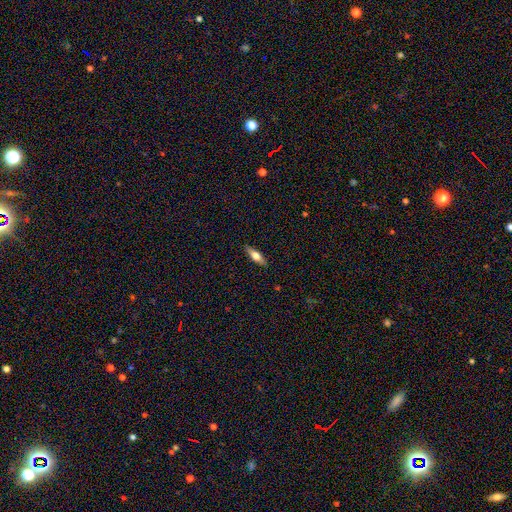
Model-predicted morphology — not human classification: Smooth or featured? smooth (55%)
How rounded? cigar-shaped (52%)
Merging? none (88%)